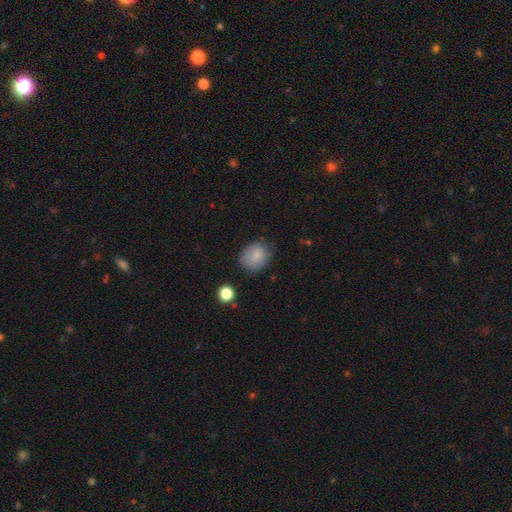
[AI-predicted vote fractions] smooth-or-featured: smooth: 81% | featured or disk: 10% | star or artifact: 9%
  how-rounded: round: 54% | in between: 45% | cigar-shaped: 1%
  merging: none: 65% | minor disturbance: 26% | major disturbance: 8% | merger: 2%